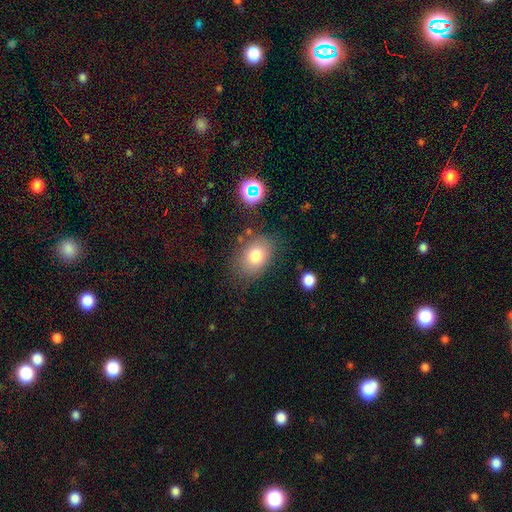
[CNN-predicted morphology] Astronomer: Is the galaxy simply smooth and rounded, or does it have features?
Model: smooth — 78%.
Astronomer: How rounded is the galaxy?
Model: in between — 74%.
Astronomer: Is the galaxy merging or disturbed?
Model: none — 74%.